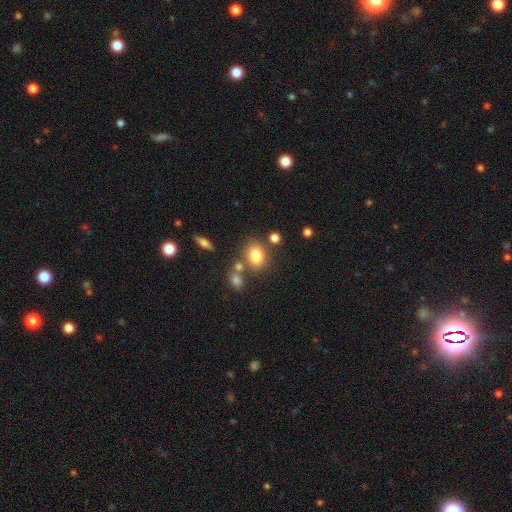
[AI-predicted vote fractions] smooth_or_featured: smooth (p=0.80) [alt: star or artifact p=0.11]
how_rounded: in between (p=0.50) [alt: round p=0.49]
merging: none (p=0.67) [alt: merger p=0.16]